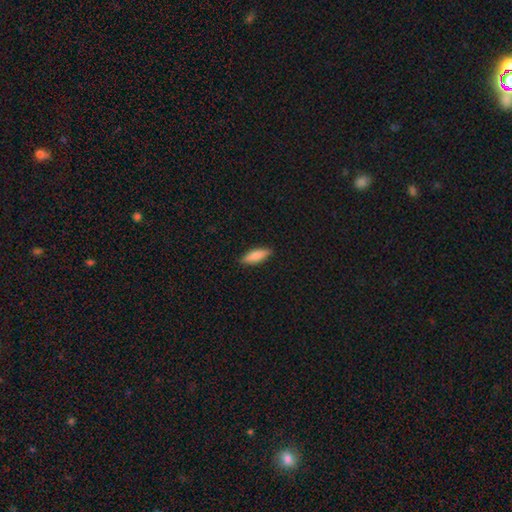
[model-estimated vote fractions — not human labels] Q: Smooth or featured?
A: smooth (84%); runner-up: featured or disk (10%)
Q: How rounded?
A: in between (50%); runner-up: cigar-shaped (48%)
Q: Merging?
A: none (89%); runner-up: minor disturbance (9%)